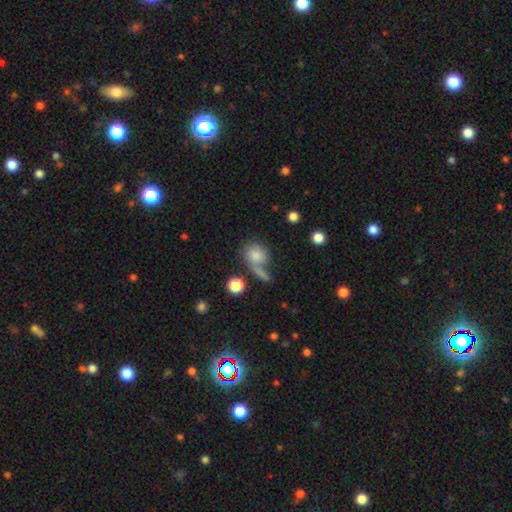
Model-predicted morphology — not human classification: smooth 74%, featured or disk 15%, star or artifact 11%. Down the decision tree: how rounded — round (62%); merging — none (45%).